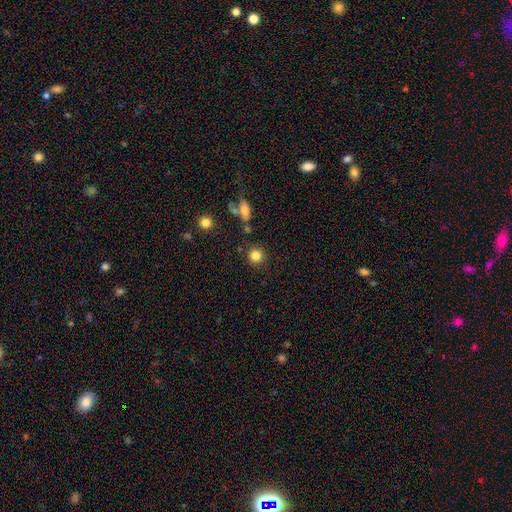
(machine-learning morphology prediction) Q: Smooth or featured?
A: smooth (83%); runner-up: star or artifact (11%)
Q: How rounded?
A: round (92%); runner-up: in between (7%)
Q: Merging?
A: none (84%); runner-up: minor disturbance (8%)